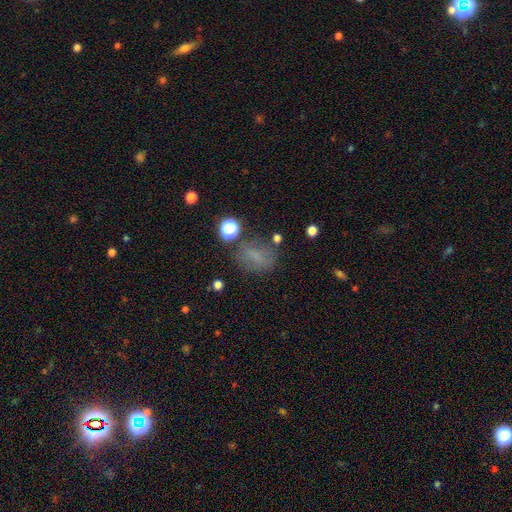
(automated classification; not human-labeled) Overall: smooth (56%; star or artifact 24%). How rounded: in between (56%; round 42%). Merging: none (59%; minor disturbance 21%).